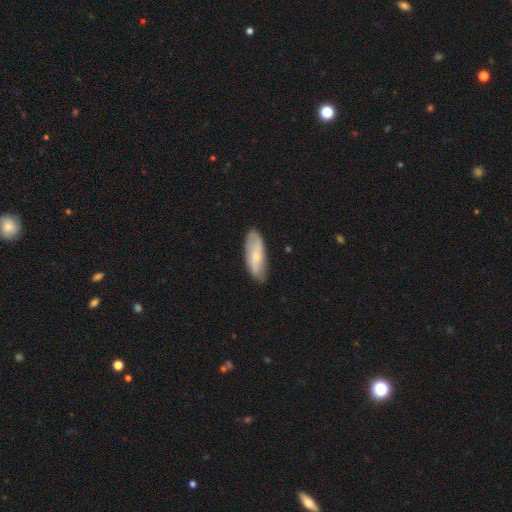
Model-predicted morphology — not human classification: A smooth galaxy with no disk features (55%) that is in between round and cigar-shaped (67%). Merging: none (77%).